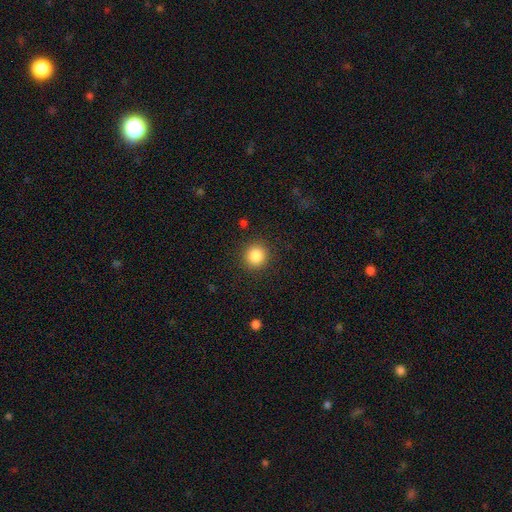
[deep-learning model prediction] smooth-or-featured: smooth: 85% | star or artifact: 10% | featured or disk: 5%
  how-rounded: round: 93% | in between: 6% | cigar-shaped: 1%
  merging: none: 90% | minor disturbance: 6% | major disturbance: 3% | merger: 1%